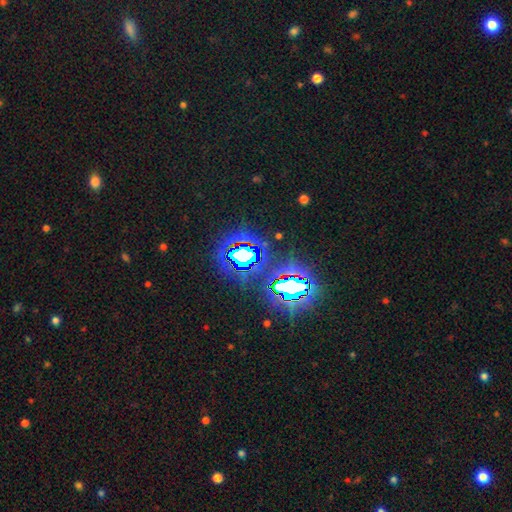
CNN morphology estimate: Smooth or featured? star or artifact (83%)